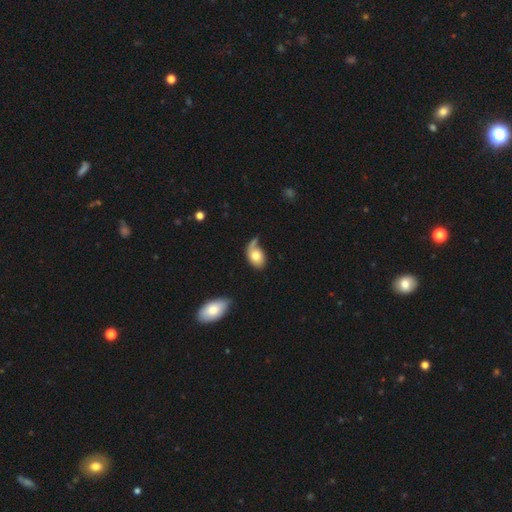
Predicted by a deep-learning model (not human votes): smooth-or-featured: smooth: 67% | featured or disk: 27% | star or artifact: 6%
  how-rounded: in between: 83% | round: 16% | cigar-shaped: 2%
  merging: none: 35% | major disturbance: 26% | minor disturbance: 26% | merger: 14%